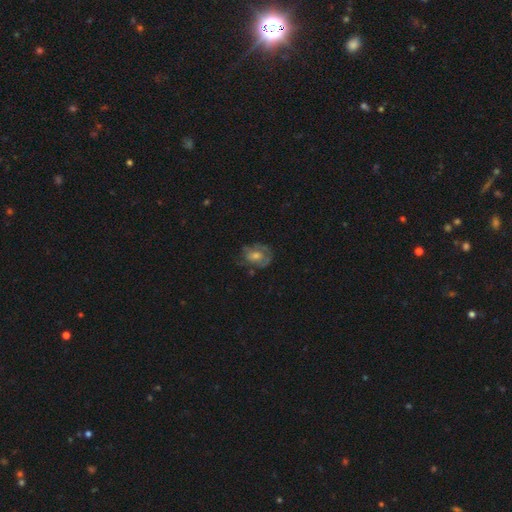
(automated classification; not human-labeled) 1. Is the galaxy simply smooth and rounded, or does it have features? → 57% featured or disk, 32% smooth, 11% star or artifact.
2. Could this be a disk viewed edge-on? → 96% no, 4% yes.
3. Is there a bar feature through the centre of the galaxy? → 71% no, 24% weak, 5% strong.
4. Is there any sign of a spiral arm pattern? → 61% yes, 39% no.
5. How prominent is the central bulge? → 56% moderate, 27% small, 11% large, 4% none, 2% dominant.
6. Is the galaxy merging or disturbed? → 63% none, 22% minor disturbance, 13% major disturbance, 2% merger.